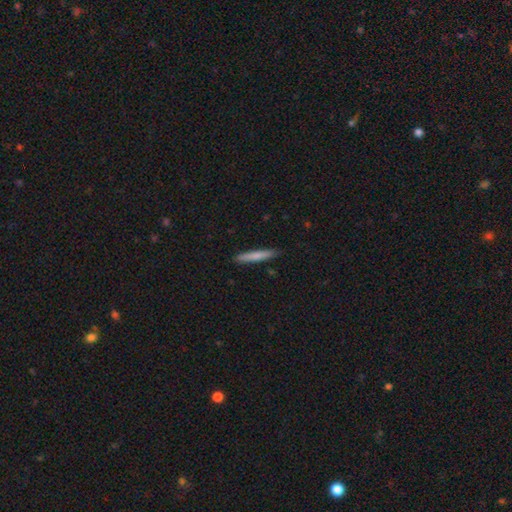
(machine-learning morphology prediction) This appears to be a smooth galaxy with no disk features (75%) that is cigar-shaped (94%). Merging: none (89%).